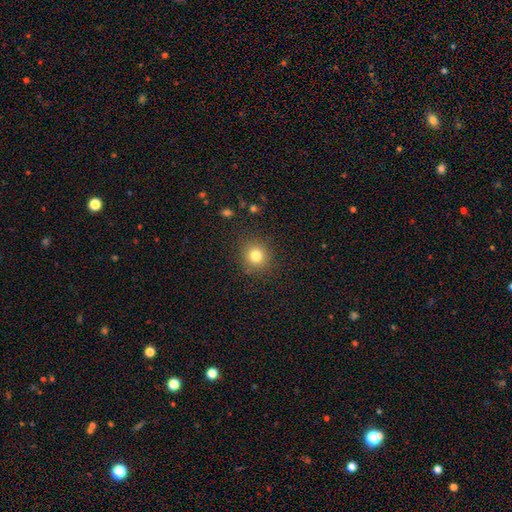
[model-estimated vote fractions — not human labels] Overall: smooth (80%). How rounded: round (91%). Merging: none (88%).